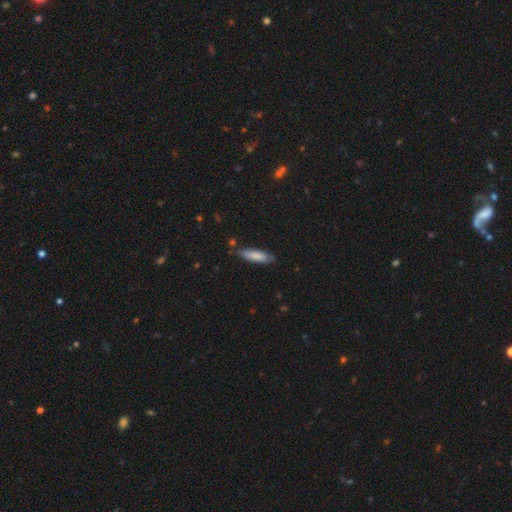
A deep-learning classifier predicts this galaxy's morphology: A smooth galaxy with no disk features (81%) that is cigar-shaped (65%).

Vote fractions:
- Smooth or featured? smooth: 81% / featured or disk: 13% / star or artifact: 6%
- How rounded? cigar-shaped: 65% / in between: 34% / round: 1%
- Merging? none: 77% / minor disturbance: 18% / major disturbance: 3% / merger: 3%